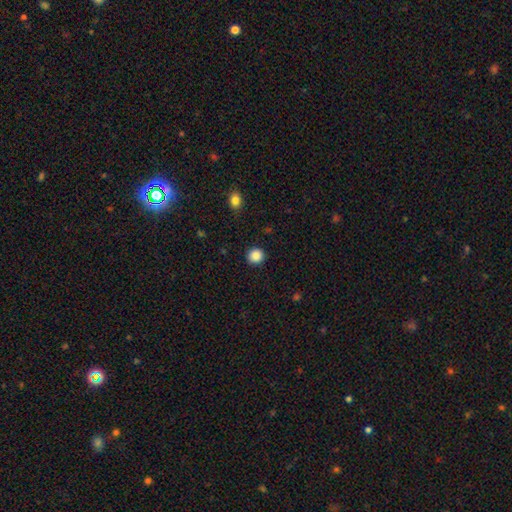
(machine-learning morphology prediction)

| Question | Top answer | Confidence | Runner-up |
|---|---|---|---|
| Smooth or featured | smooth | 88% | star or artifact (10%) |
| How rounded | round | 90% | in between (9%) |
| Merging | none | 91% | minor disturbance (5%) |